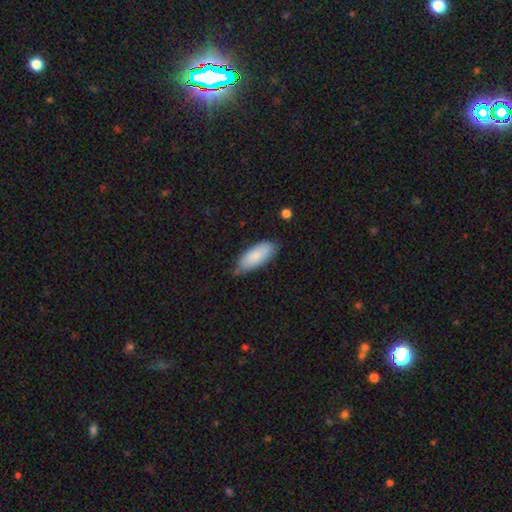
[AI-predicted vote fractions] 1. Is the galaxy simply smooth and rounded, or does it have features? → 83% smooth, 12% featured or disk, 6% star or artifact.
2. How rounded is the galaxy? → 84% in between, 15% cigar-shaped, 2% round.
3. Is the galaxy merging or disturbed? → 68% none, 27% minor disturbance, 4% major disturbance, 2% merger.